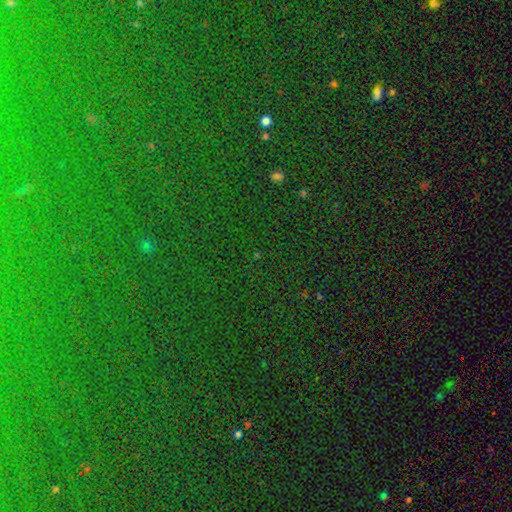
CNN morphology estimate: Smooth or featured?
  - star or artifact: 81% *
  - smooth: 11%
  - featured or disk: 8%